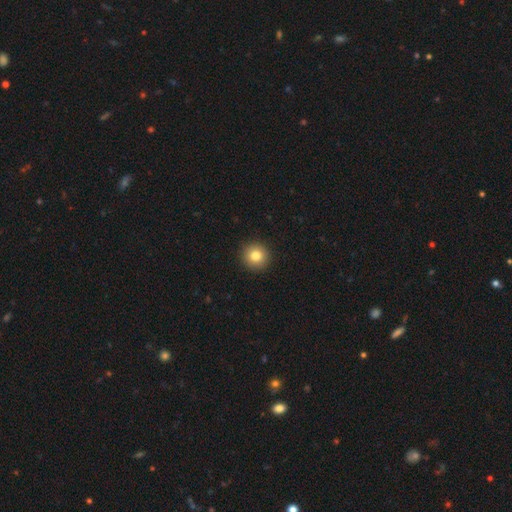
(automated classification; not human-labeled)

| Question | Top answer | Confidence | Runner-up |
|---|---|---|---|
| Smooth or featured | smooth | 82% | star or artifact (11%) |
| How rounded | round | 95% | in between (4%) |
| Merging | none | 93% | minor disturbance (4%) |